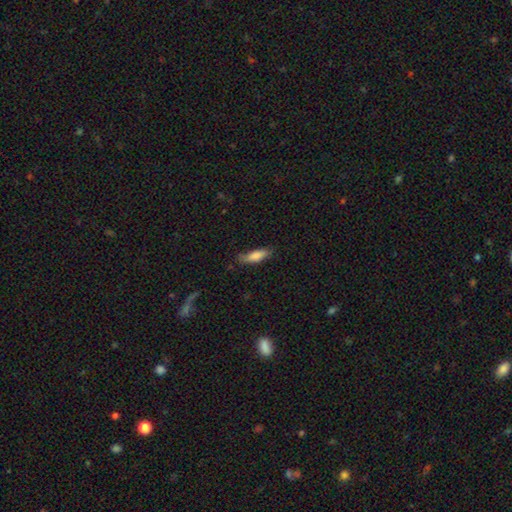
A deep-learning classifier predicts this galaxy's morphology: This is likely a smooth galaxy (80%). How rounded: possibly cigar-shaped (53%). Merging: likely none (71%).